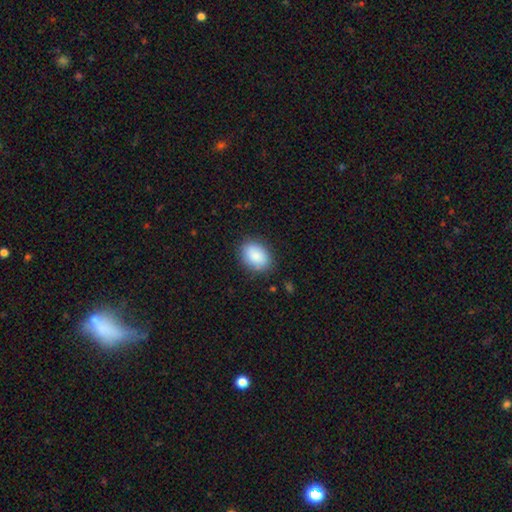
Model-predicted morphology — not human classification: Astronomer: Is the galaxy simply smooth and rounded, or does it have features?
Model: smooth — 89%.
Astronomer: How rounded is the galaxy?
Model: in between — 82%.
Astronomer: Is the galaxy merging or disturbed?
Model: none — 84%.